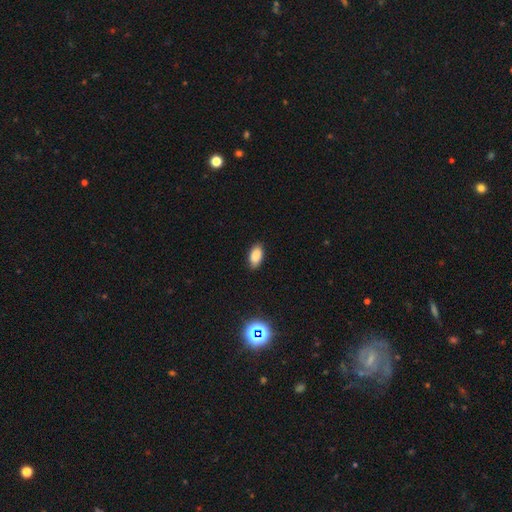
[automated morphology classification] Q: Smooth or featured?
A: smooth (86%); runner-up: star or artifact (9%)
Q: How rounded?
A: in between (93%); runner-up: round (4%)
Q: Merging?
A: none (86%); runner-up: minor disturbance (10%)